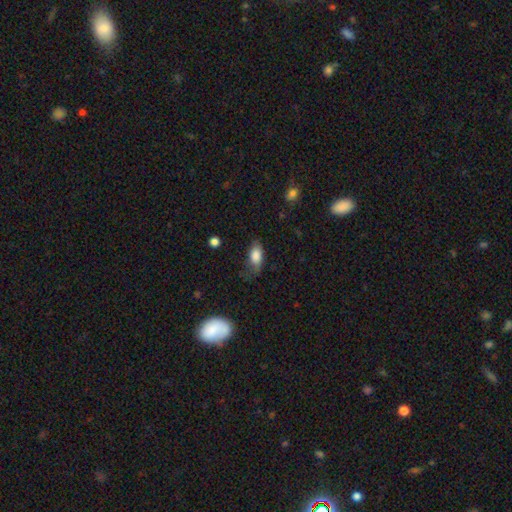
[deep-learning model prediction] The model was most divided on "merging": none: 50%, minor disturbance: 31%, major disturbance: 17%, merger: 2%. More confident: how rounded — in between (87%); smooth or featured — smooth (81%).